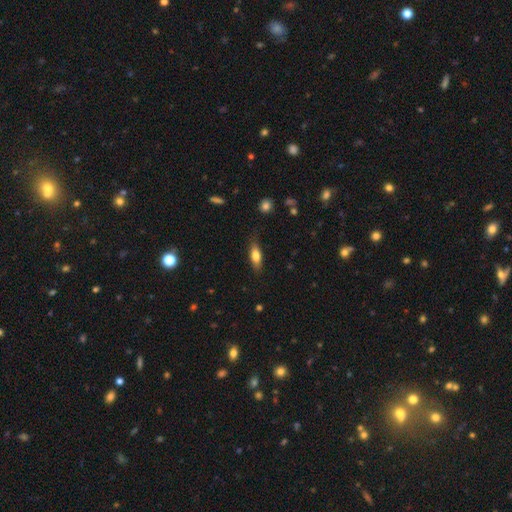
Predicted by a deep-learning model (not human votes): Smooth or featured? Predicted: smooth (p=0.74). How rounded? Predicted: in between (p=0.65). Merging? Predicted: none (p=0.77).